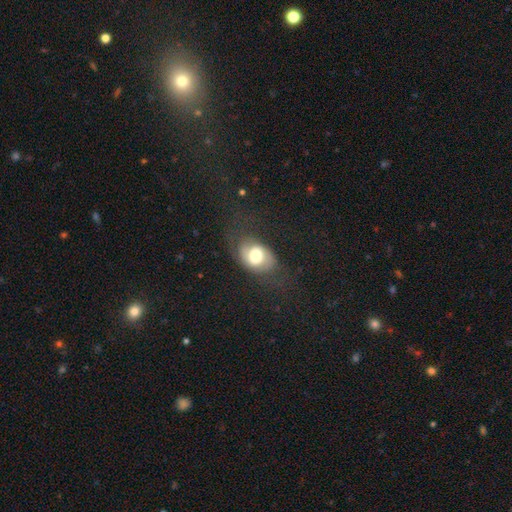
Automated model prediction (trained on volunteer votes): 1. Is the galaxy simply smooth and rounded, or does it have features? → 55% smooth, 37% featured or disk, 8% star or artifact.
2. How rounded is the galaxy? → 73% in between, 25% round, 1% cigar-shaped.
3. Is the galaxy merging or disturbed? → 58% none, 22% minor disturbance, 19% major disturbance, 1% merger.